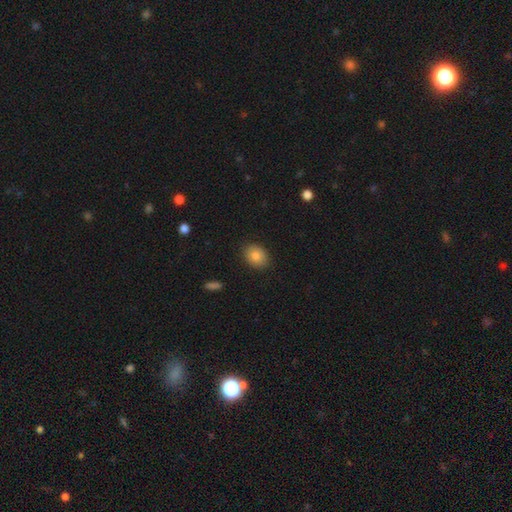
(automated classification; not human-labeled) smooth_or_featured: smooth (p=0.84) [alt: star or artifact p=0.08]
how_rounded: in between (p=0.63) [alt: round p=0.36]
merging: none (p=0.87) [alt: minor disturbance p=0.09]